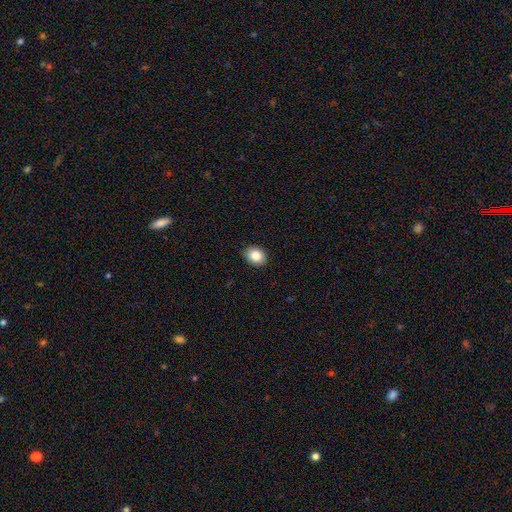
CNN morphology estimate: Smooth or featured? smooth (85%)
How rounded? in between (63%)
Merging? none (90%)